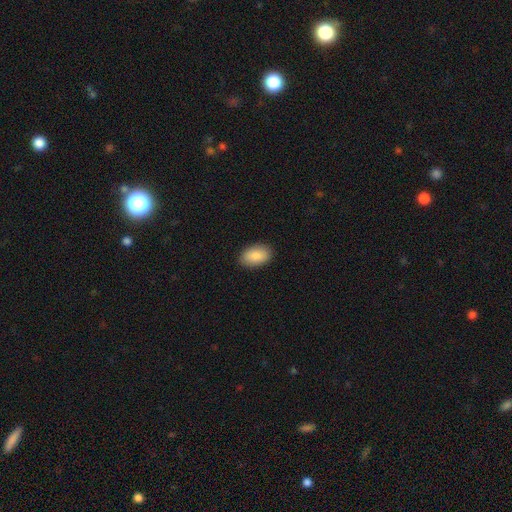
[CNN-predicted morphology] This appears to be a smooth galaxy with no disk features (88%) that is in between round and cigar-shaped (92%). Merging: none (89%).